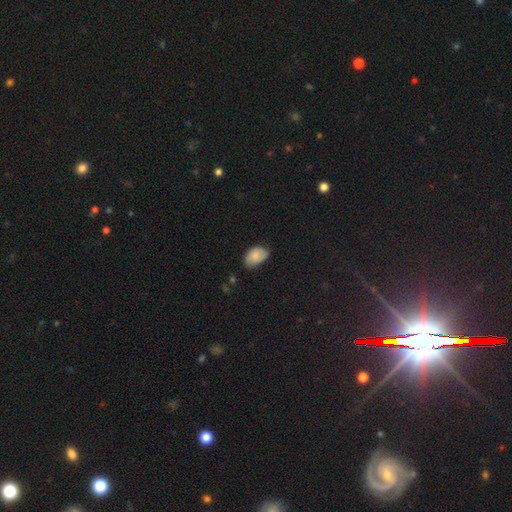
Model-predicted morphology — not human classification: type=smooth (82%); roundness=in between (89%); merging=none (63%).